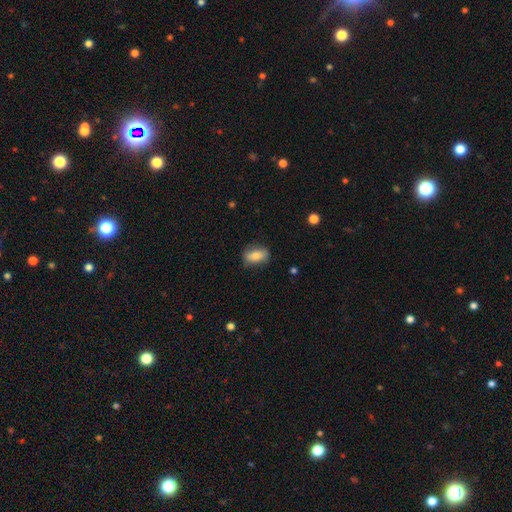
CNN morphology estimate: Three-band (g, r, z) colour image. It shows a smooth galaxy with no disk features (80%) that is in between round and cigar-shaped (86%). Merging: none (77%).